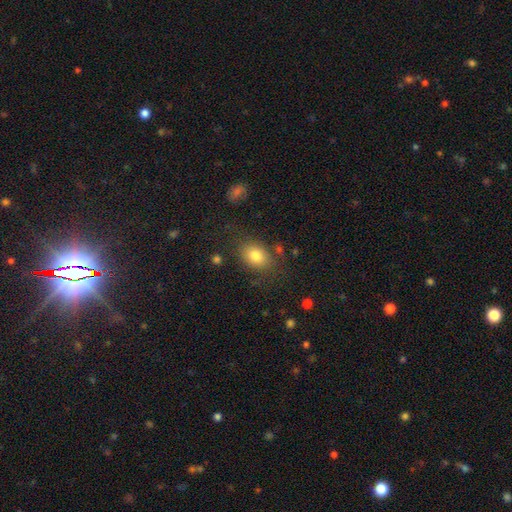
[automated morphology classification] This is likely a smooth galaxy (79%). How rounded: likely in between (70%). Merging: likely none (75%).